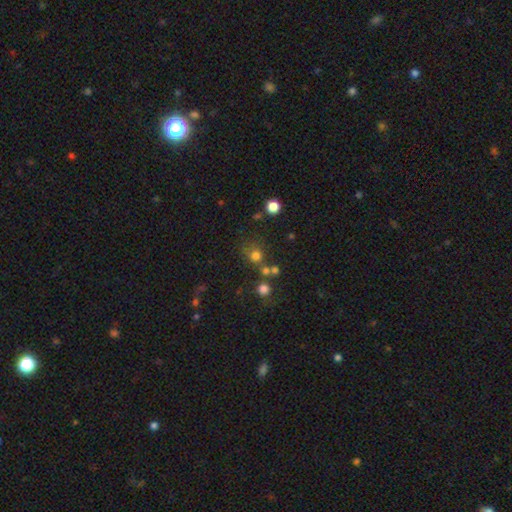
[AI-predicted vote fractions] Smooth or featured? Predicted: smooth (p=0.69). How rounded? Predicted: round (p=0.84). Merging? Predicted: none (p=0.60).